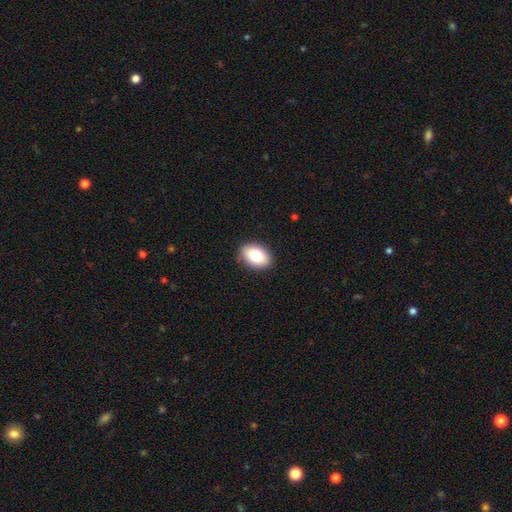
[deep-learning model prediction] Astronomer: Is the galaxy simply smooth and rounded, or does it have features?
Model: smooth — 80%.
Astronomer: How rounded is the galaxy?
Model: in between — 86%.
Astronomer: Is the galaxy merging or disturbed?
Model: none — 88%.